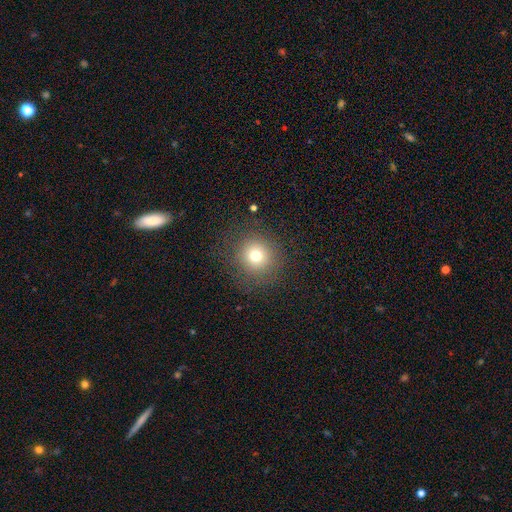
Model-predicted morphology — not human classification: Smooth or featured?
  - smooth: 73% *
  - star or artifact: 17%
  - featured or disk: 10%
How rounded?
  - round: 93% *
  - in between: 6%
  - cigar-shaped: 1%
Merging?
  - none: 86% *
  - minor disturbance: 8%
  - major disturbance: 5%
  - merger: 1%